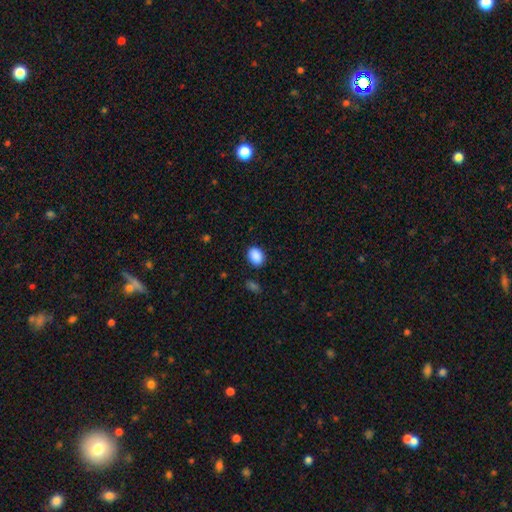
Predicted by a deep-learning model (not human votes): A smooth galaxy with no disk features (89%) that is in between round and cigar-shaped (71%).

Vote fractions:
- Smooth or featured? smooth: 89% / star or artifact: 8% / featured or disk: 3%
- How rounded? in between: 71% / round: 28% / cigar-shaped: 1%
- Merging? none: 85% / minor disturbance: 10% / major disturbance: 3% / merger: 2%